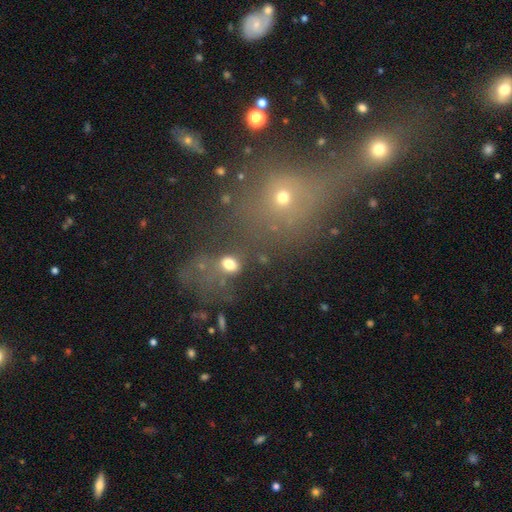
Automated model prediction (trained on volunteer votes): Smooth or featured?
  - star or artifact: 53% *
  - smooth: 34%
  - featured or disk: 14%